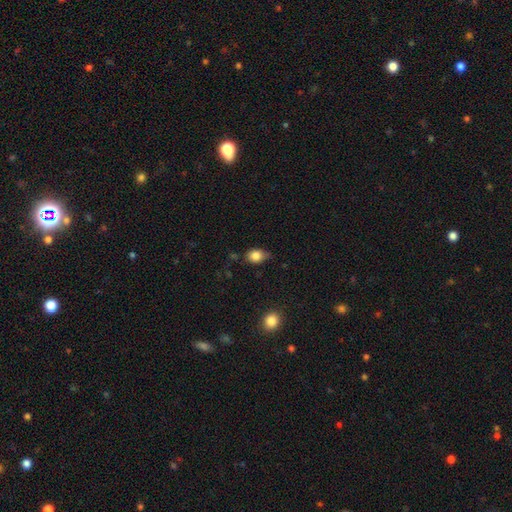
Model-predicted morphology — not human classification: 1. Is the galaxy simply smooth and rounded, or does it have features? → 83% smooth, 10% star or artifact, 8% featured or disk.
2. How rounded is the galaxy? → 56% in between, 42% round, 2% cigar-shaped.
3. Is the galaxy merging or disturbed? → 57% none, 34% minor disturbance, 6% major disturbance, 3% merger.